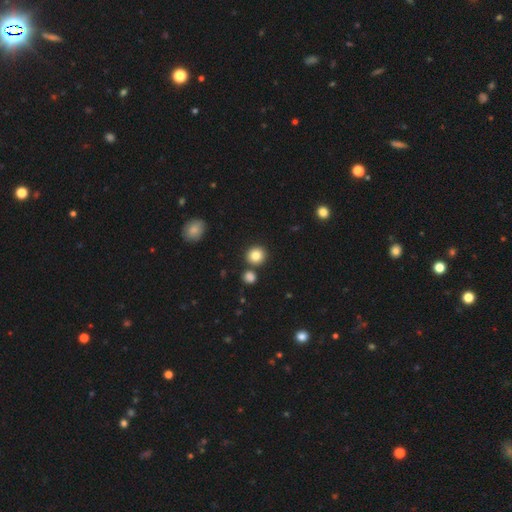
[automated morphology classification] Smooth or featured? Predicted: smooth (p=0.83). How rounded? Predicted: round (p=0.89). Merging? Predicted: none (p=0.82).